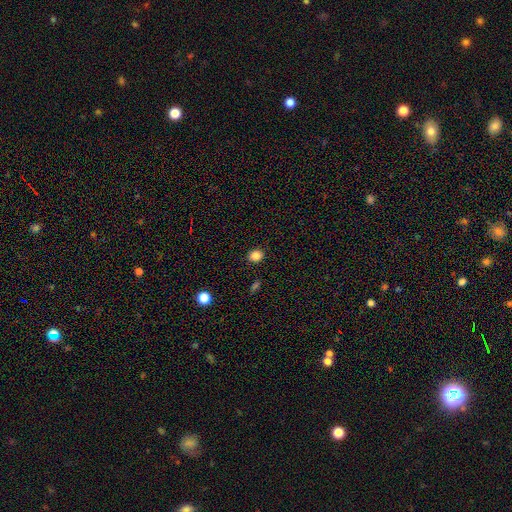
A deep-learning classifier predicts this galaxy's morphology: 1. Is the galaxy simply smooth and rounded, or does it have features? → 85% smooth, 11% star or artifact, 4% featured or disk.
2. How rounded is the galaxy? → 71% round, 28% in between, 1% cigar-shaped.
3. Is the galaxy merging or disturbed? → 90% none, 7% minor disturbance, 2% major disturbance, 1% merger.